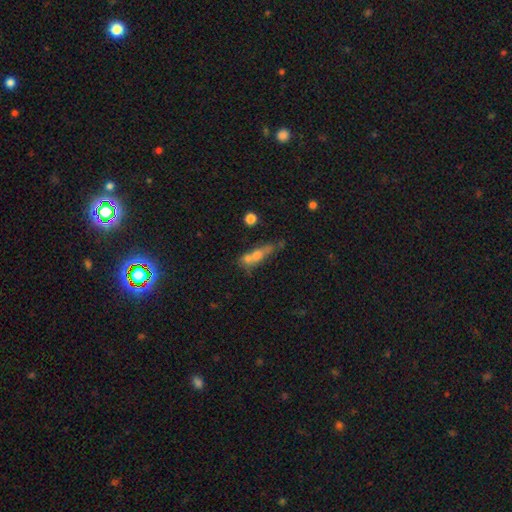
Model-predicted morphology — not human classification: Smooth or featured: smooth — 51% (featured or disk — 35%)
How rounded: cigar-shaped — 48% (in between — 39%)
Merging: none — 39% (merger — 38%)